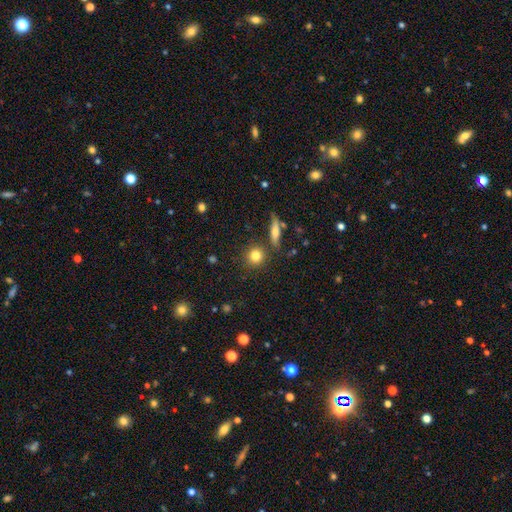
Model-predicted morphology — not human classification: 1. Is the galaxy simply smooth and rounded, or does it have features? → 82% smooth, 10% star or artifact, 8% featured or disk.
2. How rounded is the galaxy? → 86% round, 12% in between, 2% cigar-shaped.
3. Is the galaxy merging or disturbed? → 81% none, 9% minor disturbance, 7% merger, 3% major disturbance.